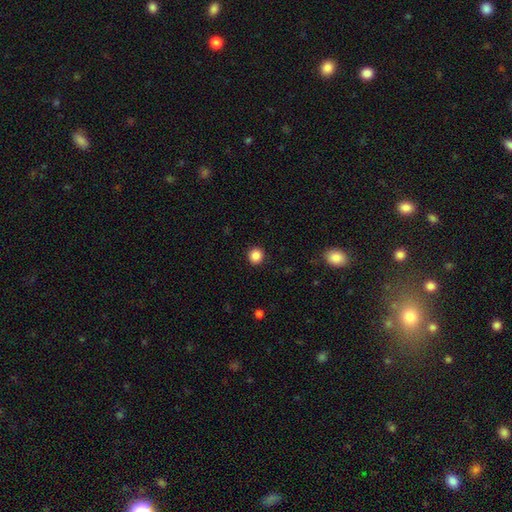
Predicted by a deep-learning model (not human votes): Overall: smooth (86%). How rounded: round (92%). Merging: none (92%).